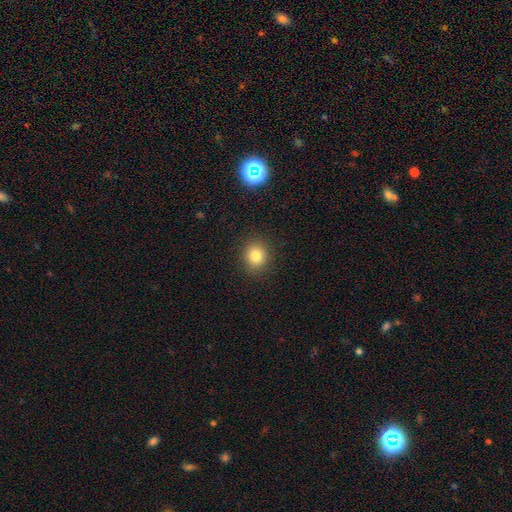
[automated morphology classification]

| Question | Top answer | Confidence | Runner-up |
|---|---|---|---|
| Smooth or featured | smooth | 81% | star or artifact (12%) |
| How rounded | round | 80% | in between (19%) |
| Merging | none | 89% | minor disturbance (7%) |